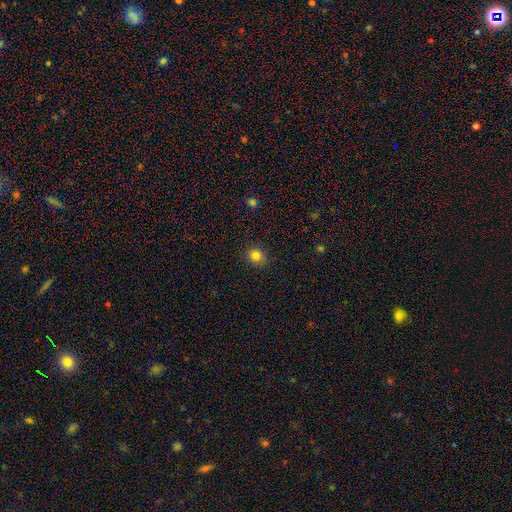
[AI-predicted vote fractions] Smooth or featured: smooth — 82% (star or artifact — 12%)
How rounded: round — 82% (in between — 17%)
Merging: none — 90% (minor disturbance — 7%)